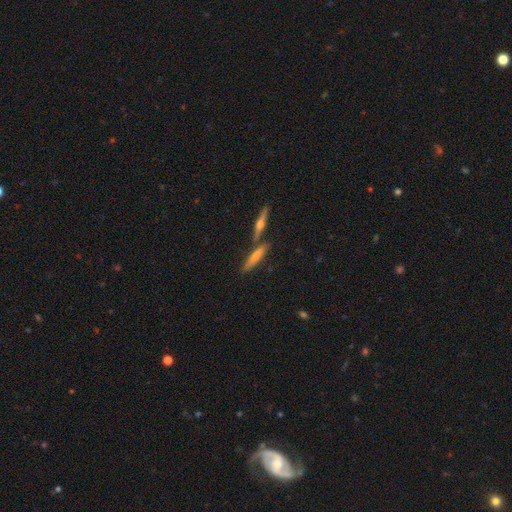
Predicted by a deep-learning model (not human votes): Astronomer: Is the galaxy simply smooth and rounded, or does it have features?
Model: featured or disk — 55% (runner-up: smooth, 37%).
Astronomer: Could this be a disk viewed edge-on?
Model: yes — 94%.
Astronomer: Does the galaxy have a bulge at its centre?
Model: rounded — 81%.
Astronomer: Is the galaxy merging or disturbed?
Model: none — 66%.